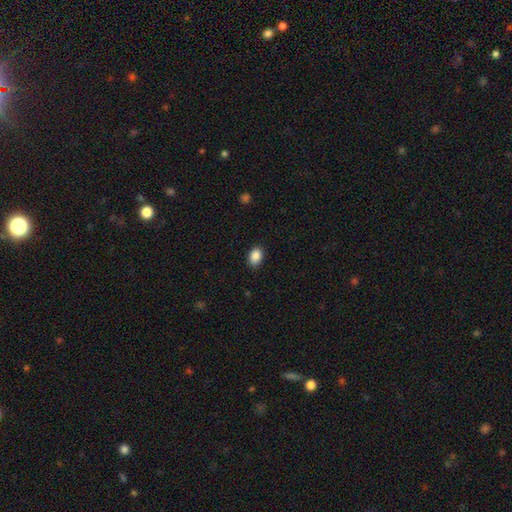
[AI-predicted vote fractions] A smooth galaxy with no disk features (88%) that is in between round and cigar-shaped (79%).

Vote fractions:
- Smooth or featured? smooth: 88% / star or artifact: 8% / featured or disk: 3%
- How rounded? in between: 79% / round: 20% / cigar-shaped: 1%
- Merging? none: 87% / minor disturbance: 10% / major disturbance: 2% / merger: 1%